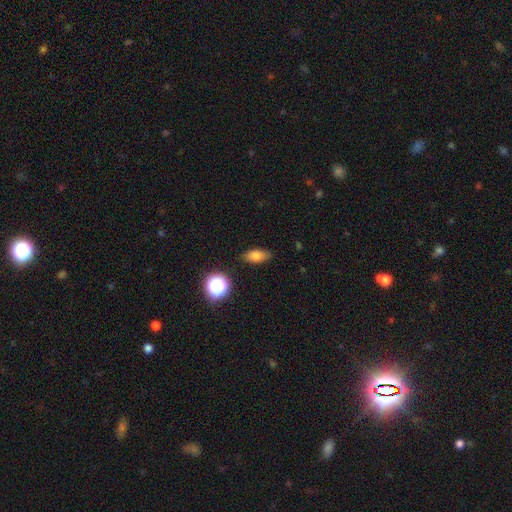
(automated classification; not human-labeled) A smooth galaxy with no disk features (77%) that is in between round and cigar-shaped (80%). Merging: none (82%).